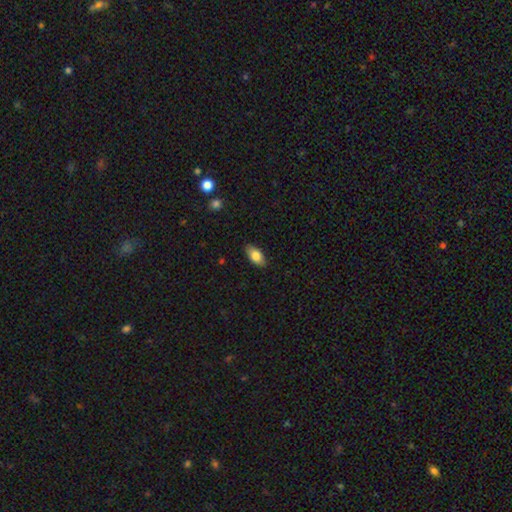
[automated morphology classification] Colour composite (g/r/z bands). It shows a smooth galaxy with no disk features (79%) that is in between round and cigar-shaped (90%). Merging: none (87%).